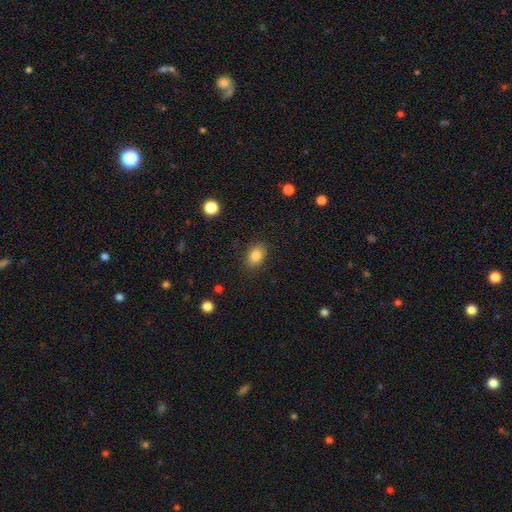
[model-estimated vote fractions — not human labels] smooth-or-featured: smooth: 85% | star or artifact: 10% | featured or disk: 6%
  how-rounded: in between: 77% | round: 21% | cigar-shaped: 1%
  merging: none: 85% | minor disturbance: 10% | major disturbance: 3% | merger: 1%